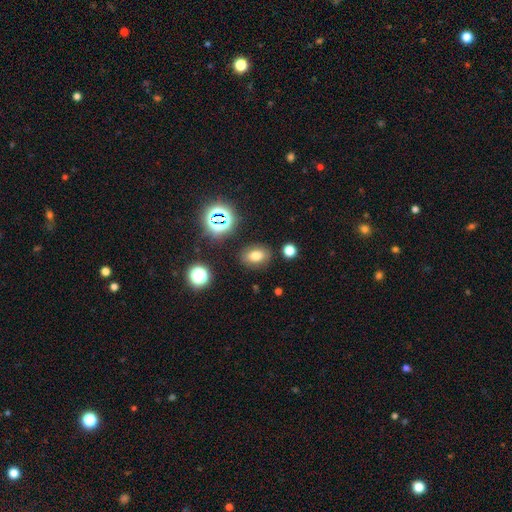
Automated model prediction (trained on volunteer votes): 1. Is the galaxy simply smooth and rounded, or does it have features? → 71% smooth, 18% star or artifact, 11% featured or disk.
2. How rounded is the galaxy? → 75% in between, 24% round, 1% cigar-shaped.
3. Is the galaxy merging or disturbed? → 83% none, 11% minor disturbance, 3% major disturbance, 3% merger.